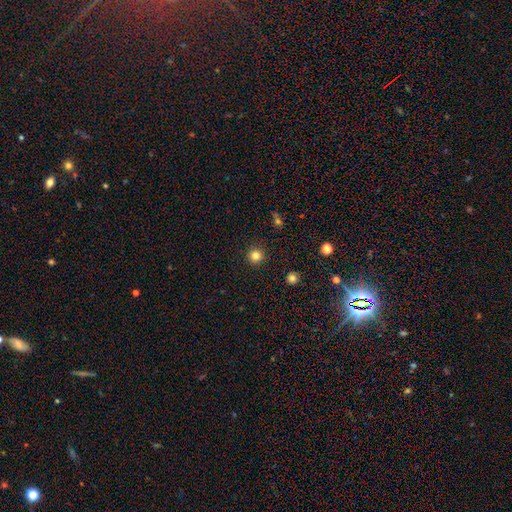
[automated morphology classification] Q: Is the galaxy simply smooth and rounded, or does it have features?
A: smooth — 82%.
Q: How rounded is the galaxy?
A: round — 95%.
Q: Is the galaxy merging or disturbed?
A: none — 92%.